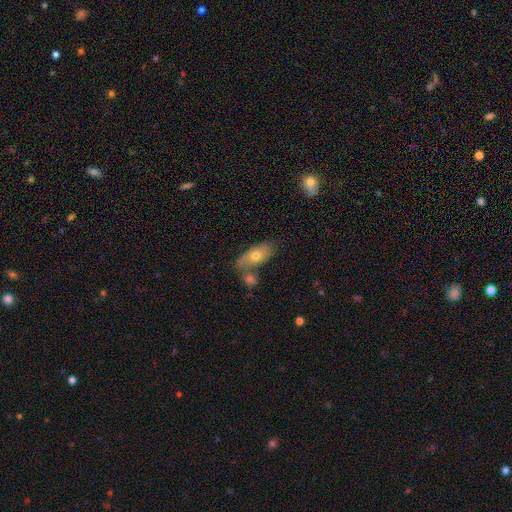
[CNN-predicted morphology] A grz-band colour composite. It shows a smooth galaxy with no disk features (65%) that is in between round and cigar-shaped (82%). Merging: none (56%).